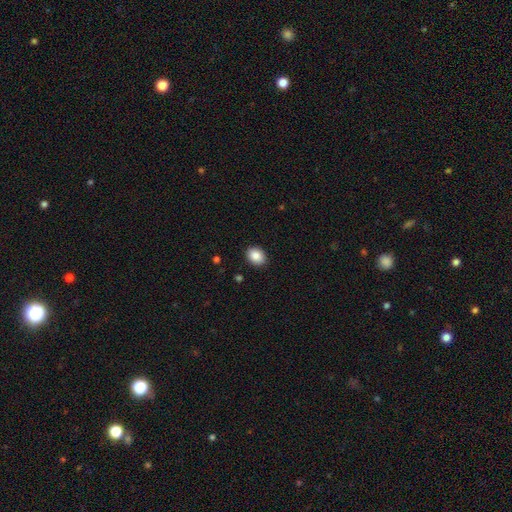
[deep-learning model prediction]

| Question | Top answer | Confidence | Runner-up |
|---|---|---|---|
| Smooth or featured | smooth | 87% | star or artifact (8%) |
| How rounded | in between | 54% | round (45%) |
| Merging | none | 90% | minor disturbance (7%) |